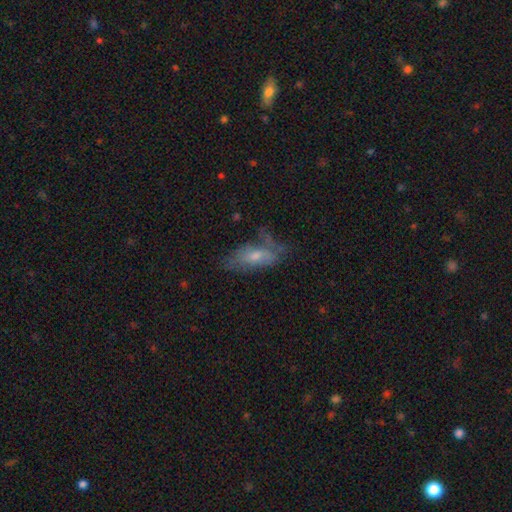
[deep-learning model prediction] Smooth or featured?
  - smooth: 53% *
  - featured or disk: 36%
  - star or artifact: 11%
How rounded?
  - in between: 75% *
  - cigar-shaped: 21%
  - round: 4%
Merging?
  - none: 45% *
  - minor disturbance: 29%
  - major disturbance: 21%
  - merger: 5%